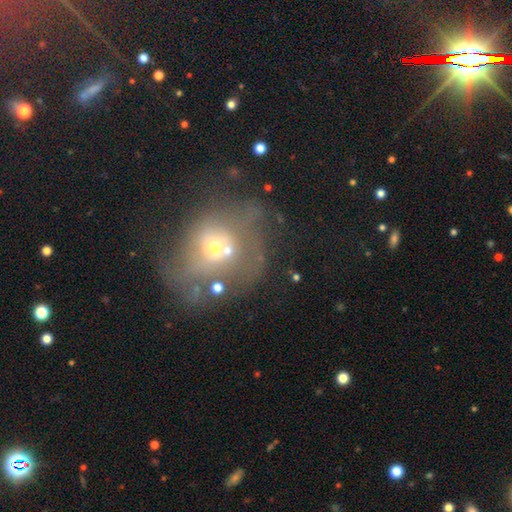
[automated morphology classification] smooth-or-featured: featured or disk: 48% | smooth: 31% | star or artifact: 21%
  merging: none: 43% | major disturbance: 24% | minor disturbance: 20% | merger: 13%